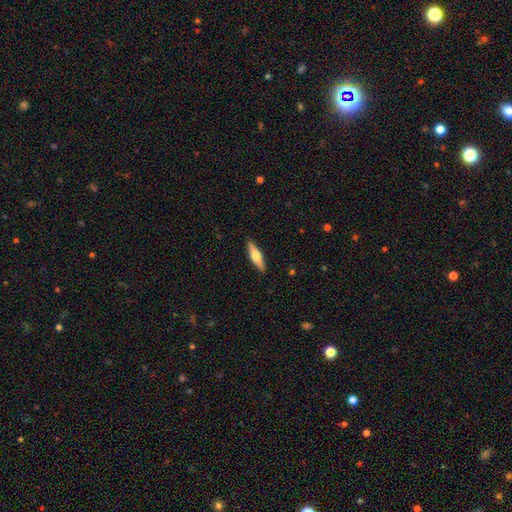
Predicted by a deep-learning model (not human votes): smooth_or_featured: featured or disk (p=0.50) [alt: smooth p=0.45]
merging: none (p=0.90) [alt: minor disturbance p=0.07]